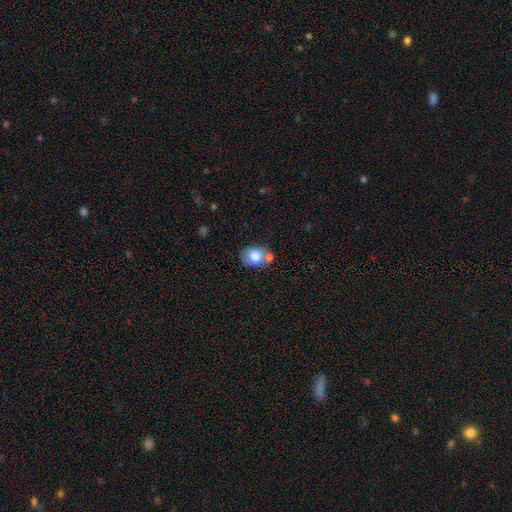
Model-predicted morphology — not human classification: A smooth galaxy with no disk features (77%) that is round (51%).

Vote fractions:
- Smooth or featured? smooth: 77% / featured or disk: 14% / star or artifact: 8%
- How rounded? round: 51% / in between: 48% / cigar-shaped: 1%
- Merging? none: 49% / merger: 29% / minor disturbance: 17% / major disturbance: 6%